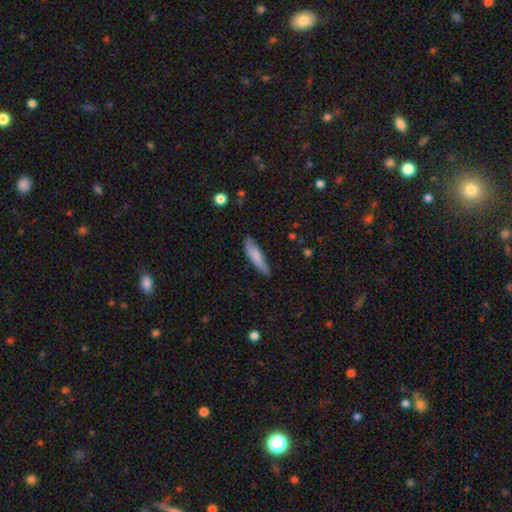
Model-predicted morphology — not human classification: A smooth galaxy with no disk features (78%) that is cigar-shaped (70%). Merging: none (73%).